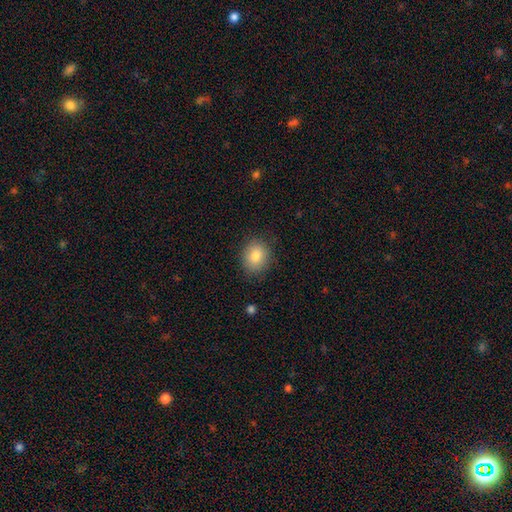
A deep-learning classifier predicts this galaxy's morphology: smooth_or_featured: smooth (p=0.81) [alt: featured or disk p=0.09]
how_rounded: round (p=0.63) [alt: in between p=0.36]
merging: none (p=0.86) [alt: minor disturbance p=0.10]